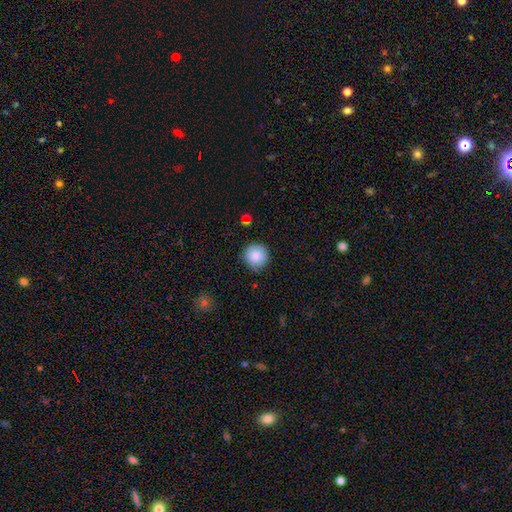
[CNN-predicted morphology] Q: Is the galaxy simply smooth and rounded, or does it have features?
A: smooth — 86%.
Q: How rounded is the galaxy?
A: round — 95%.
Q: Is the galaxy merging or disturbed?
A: none — 84%.